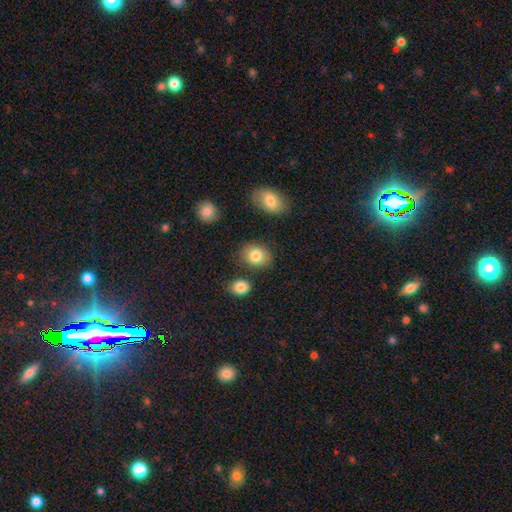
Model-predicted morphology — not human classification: The model was most divided on "how rounded": in between: 60%, round: 39%, cigar-shaped: 1%. More confident: smooth or featured — smooth (82%); merging — none (77%).